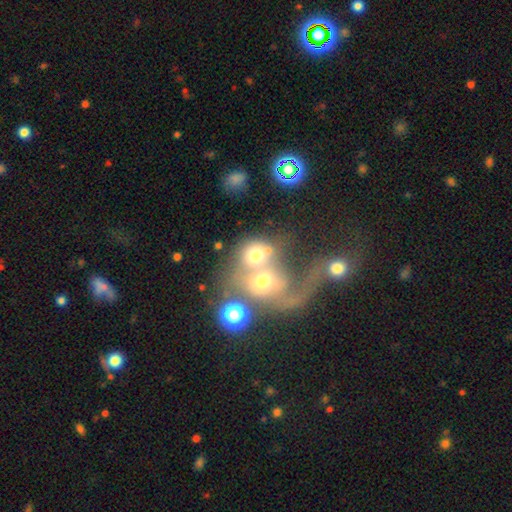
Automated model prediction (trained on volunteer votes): The model was most divided on "smooth or featured": featured or disk: 47%, smooth: 38%, star or artifact: 15%. More confident: merging — merger (71%).